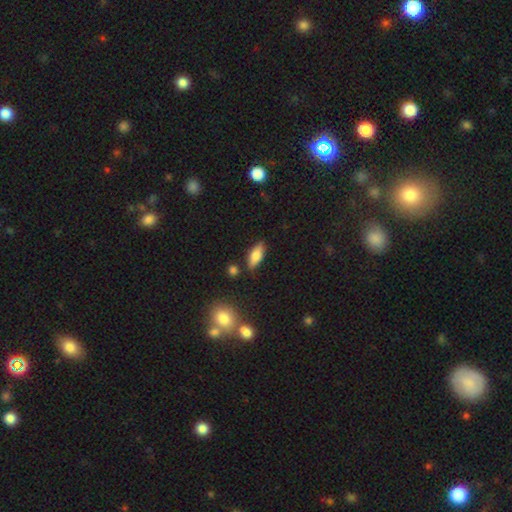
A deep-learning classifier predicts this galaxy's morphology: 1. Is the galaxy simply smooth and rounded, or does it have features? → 75% smooth, 18% featured or disk, 7% star or artifact.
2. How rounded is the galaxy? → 75% in between, 22% cigar-shaped, 3% round.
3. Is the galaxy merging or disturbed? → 80% none, 13% minor disturbance, 4% merger, 3% major disturbance.